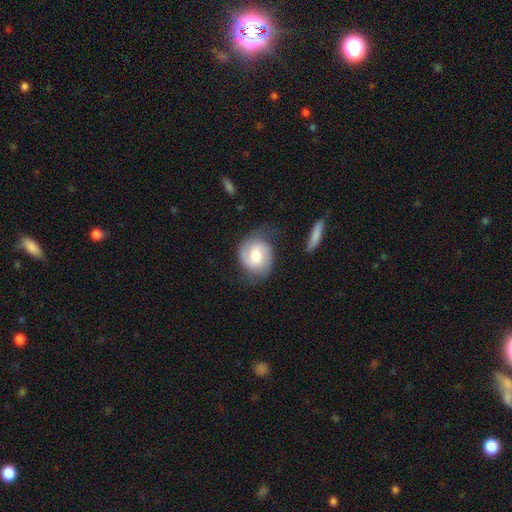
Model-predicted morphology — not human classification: featured or disk 62%, smooth 32%, star or artifact 6%. Down the decision tree: edge-on disk — no (97%); bar — weak (51%); spiral arms — yes (92%); spiral arm count — 2 (86%); spiral winding — medium (49%); bulge size — moderate (53%); merging — none (64%).